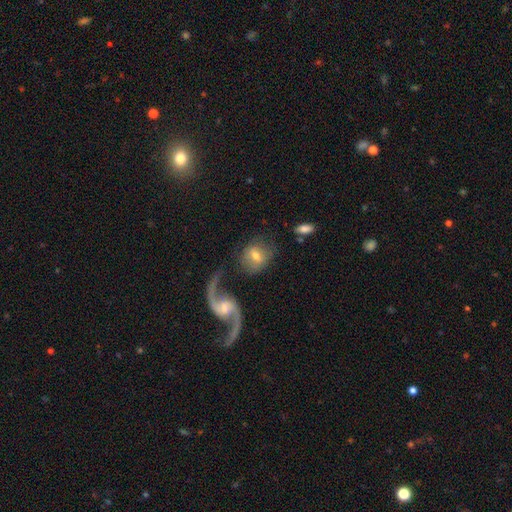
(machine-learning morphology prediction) Smooth or featured?
  - smooth: 49% *
  - featured or disk: 44%
  - star or artifact: 8%
Merging?
  - none: 59% *
  - minor disturbance: 16%
  - merger: 13%
  - major disturbance: 12%